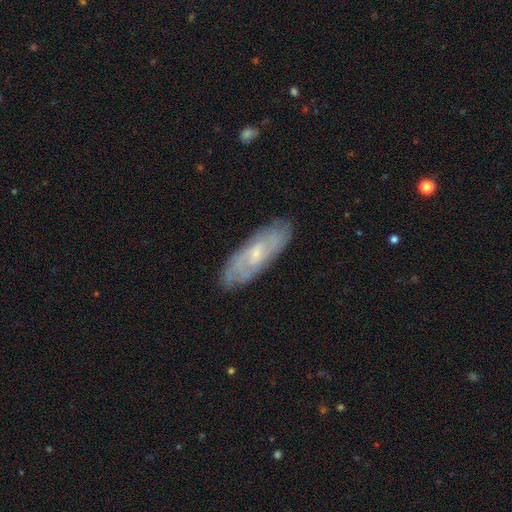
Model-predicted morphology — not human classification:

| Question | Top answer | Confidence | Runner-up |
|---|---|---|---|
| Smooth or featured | featured or disk | 59% | smooth (32%) |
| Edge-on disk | no | 76% | yes (24%) |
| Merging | none | 85% | minor disturbance (12%) |